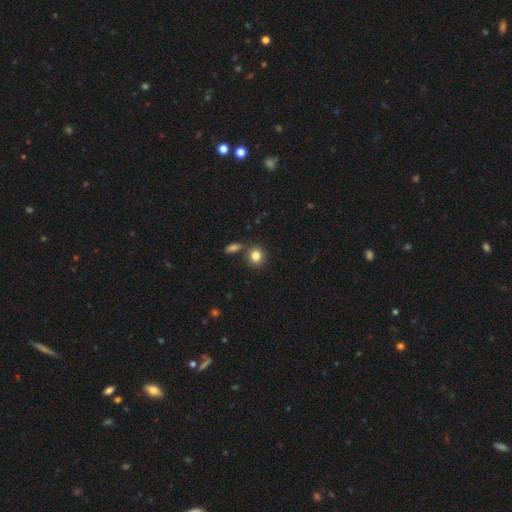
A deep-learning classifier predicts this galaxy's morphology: This is clearly a smooth galaxy (84%). How rounded: likely round (63%). Merging: likely none (72%).